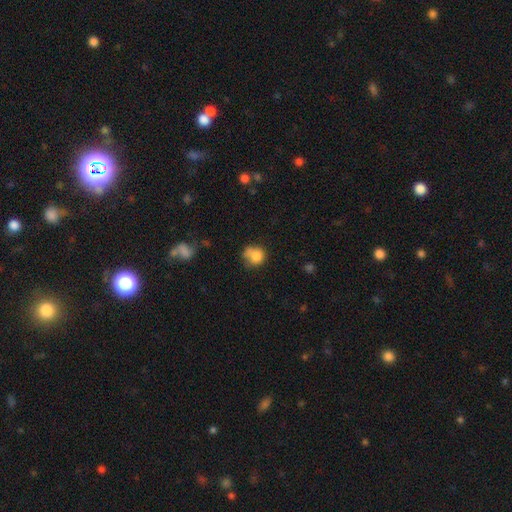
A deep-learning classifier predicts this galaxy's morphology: smooth 79%, featured or disk 11%, star or artifact 10%. Down the decision tree: how rounded — round (75%); merging — none (44%).